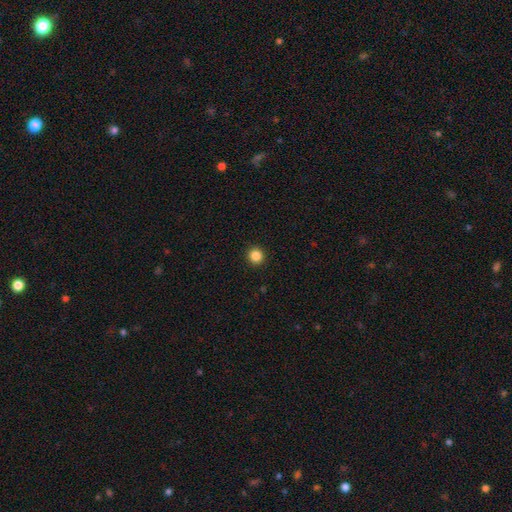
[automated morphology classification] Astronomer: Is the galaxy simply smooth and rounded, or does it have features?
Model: smooth — 86%.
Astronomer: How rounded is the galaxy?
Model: round — 93%.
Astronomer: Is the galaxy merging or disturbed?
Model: none — 93%.